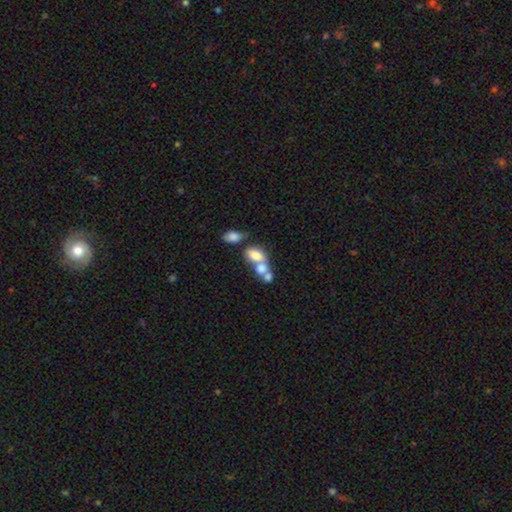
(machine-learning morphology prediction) This appears to be a smooth galaxy with no disk features (70%) that is in between round and cigar-shaped (73%). Merging: merger (67%).